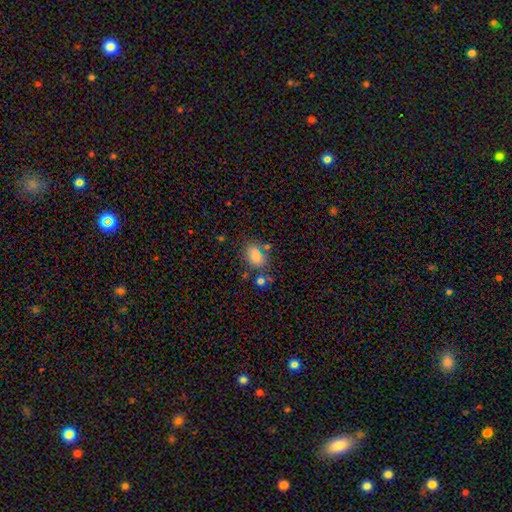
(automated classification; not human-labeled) A smooth galaxy with no disk features (82%) that is in between round and cigar-shaped (72%).

Vote fractions:
- Smooth or featured? smooth: 82% / star or artifact: 11% / featured or disk: 7%
- How rounded? in between: 72% / round: 27% / cigar-shaped: 1%
- Merging? none: 66% / minor disturbance: 18% / merger: 10% / major disturbance: 7%